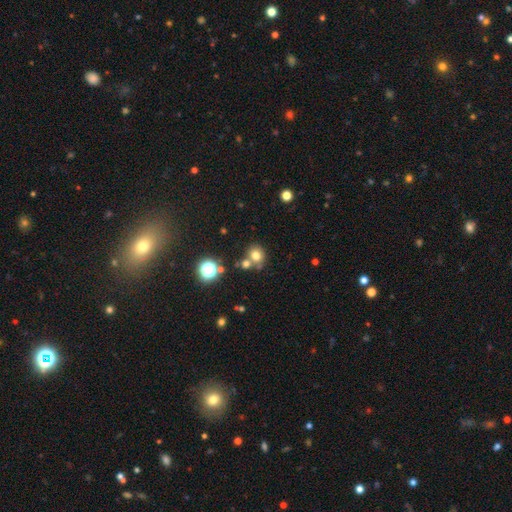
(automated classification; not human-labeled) Morphology: type=smooth (73%); roundness=round (74%); merging=none (58%).